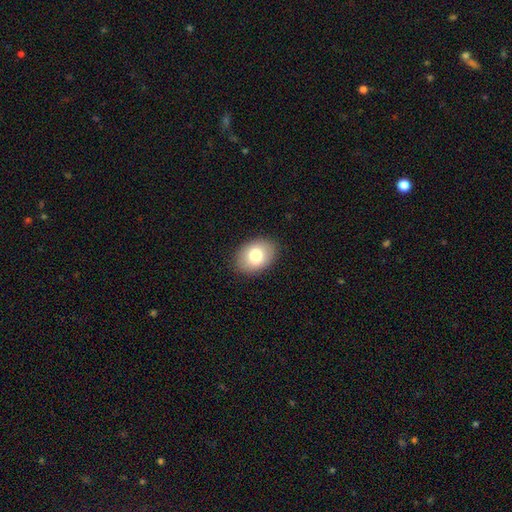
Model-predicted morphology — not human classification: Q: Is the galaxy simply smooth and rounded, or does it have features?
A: smooth — 79%.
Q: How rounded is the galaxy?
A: in between — 75%.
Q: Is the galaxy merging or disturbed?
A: none — 89%.